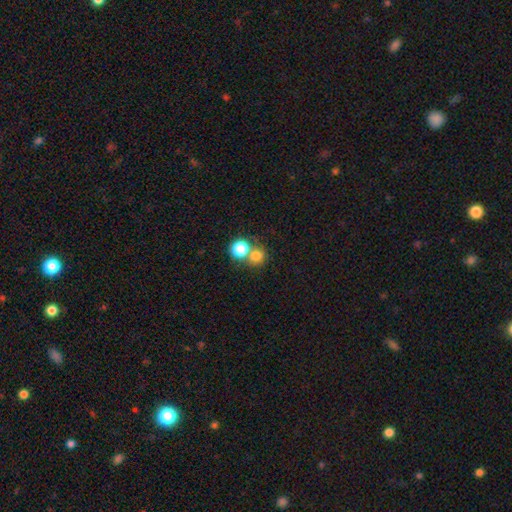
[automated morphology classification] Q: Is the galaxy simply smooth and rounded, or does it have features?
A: smooth — 76%.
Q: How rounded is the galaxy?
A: round — 85%.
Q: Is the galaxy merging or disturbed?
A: none — 45%, tied with merger.